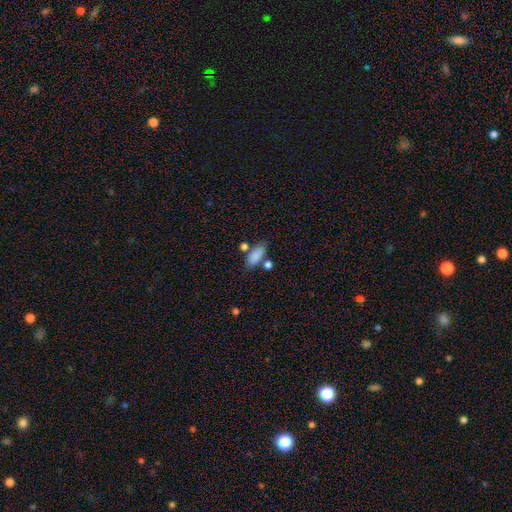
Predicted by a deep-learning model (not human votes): This appears to be a smooth galaxy with no disk features (86%) that is in between round and cigar-shaped (81%). Merging: none (65%).